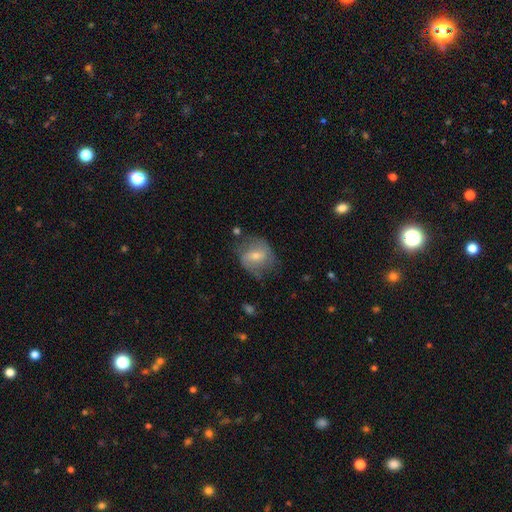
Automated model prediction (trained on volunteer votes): This appears to be a featured or disk galaxy (47%). Merging: none (57%).